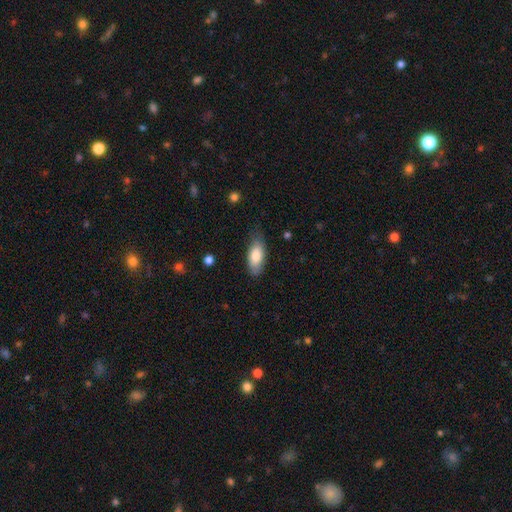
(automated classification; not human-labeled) smooth-or-featured: smooth: 81% | featured or disk: 13% | star or artifact: 6%
  how-rounded: in between: 85% | cigar-shaped: 13% | round: 2%
  merging: none: 75% | minor disturbance: 19% | major disturbance: 4% | merger: 1%